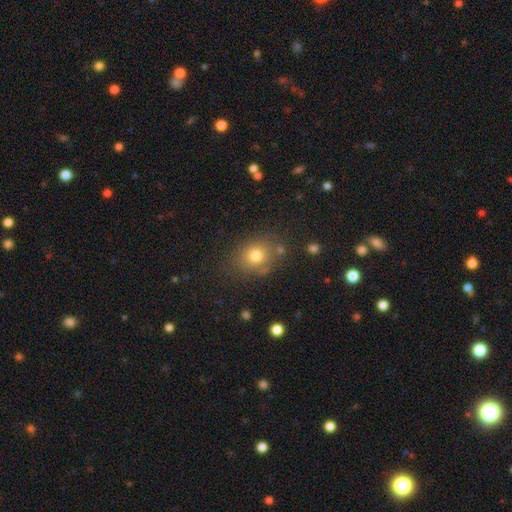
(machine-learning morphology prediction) Smooth or featured? smooth (76%)
How rounded? round (64%)
Merging? none (77%)